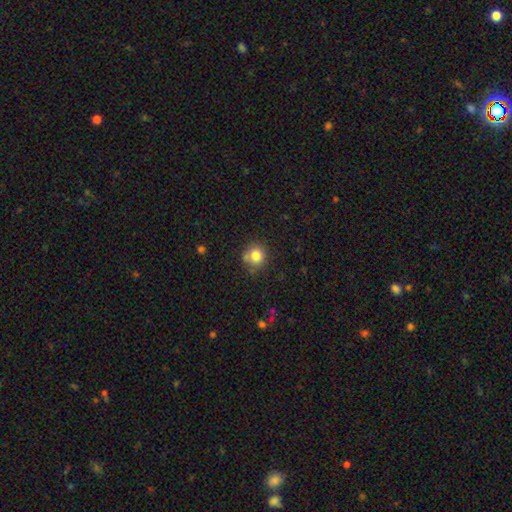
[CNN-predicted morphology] Smooth or featured: smooth — 81% (star or artifact — 11%)
How rounded: round — 89% (in between — 10%)
Merging: none — 73% (minor disturbance — 17%)